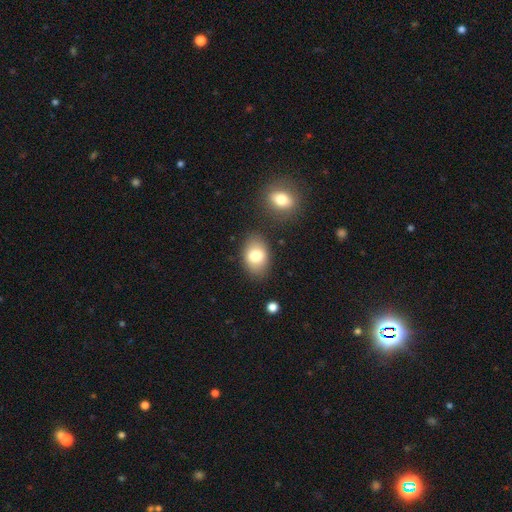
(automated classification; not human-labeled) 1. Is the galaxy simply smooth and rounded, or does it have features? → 79% smooth, 13% featured or disk, 8% star or artifact.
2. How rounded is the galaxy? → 83% in between, 16% round, 1% cigar-shaped.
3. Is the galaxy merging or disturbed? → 81% none, 11% minor disturbance, 4% merger, 3% major disturbance.